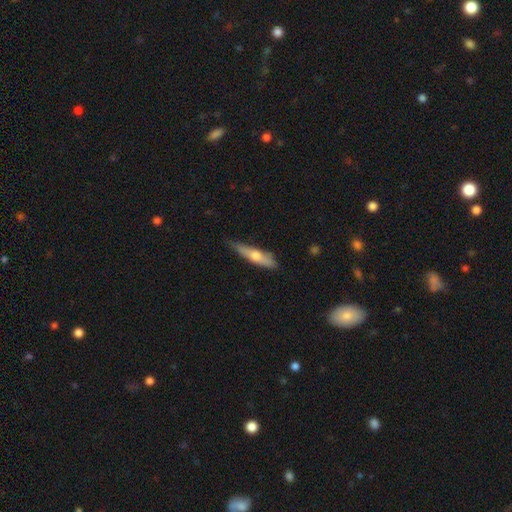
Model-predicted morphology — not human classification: Smooth or featured? smooth (57%)
How rounded? cigar-shaped (76%)
Merging? none (60%)